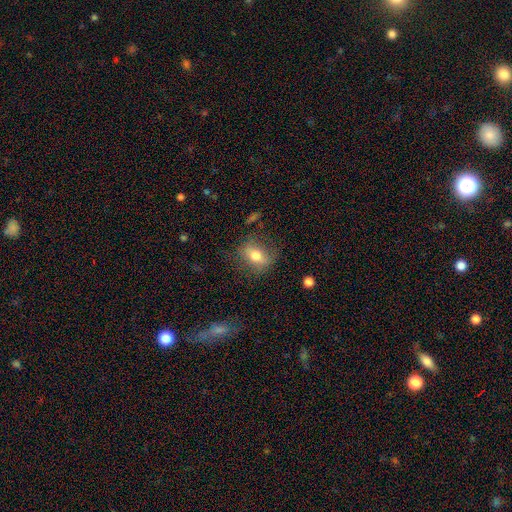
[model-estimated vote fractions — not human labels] Overall: smooth (60%; featured or disk 29%). How rounded: in between (56%; round 40%). Merging: none (69%).